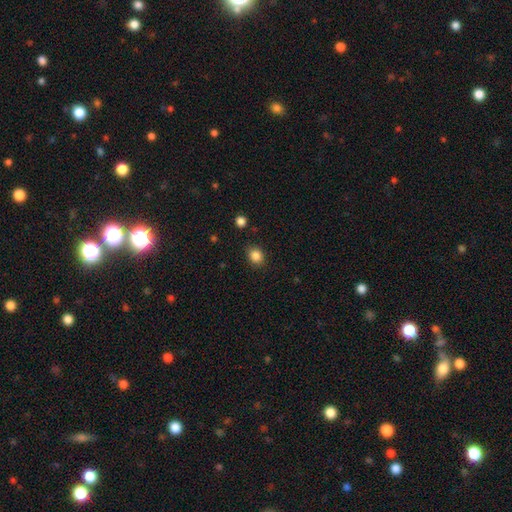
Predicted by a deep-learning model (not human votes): The model was most divided on "how rounded": round: 64%, in between: 36%, cigar-shaped: 1%. More confident: merging — none (87%); smooth or featured — smooth (86%).